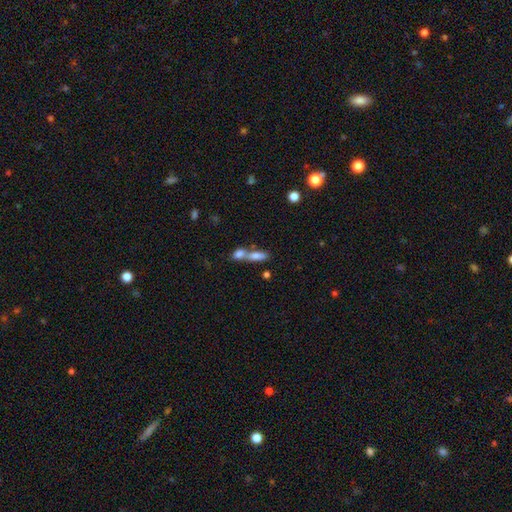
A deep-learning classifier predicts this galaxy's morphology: type=smooth (72%); roundness=in between (58%); merging=merger (64%).